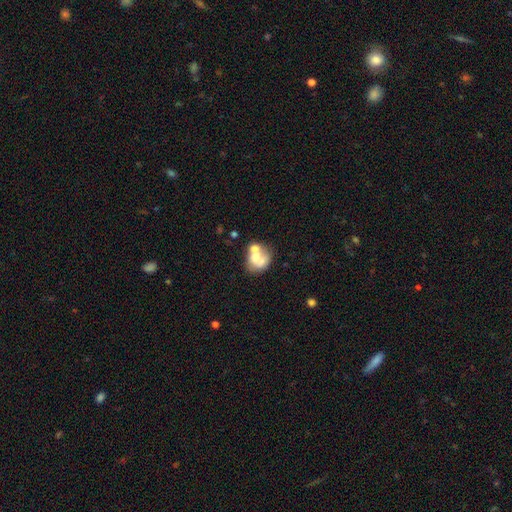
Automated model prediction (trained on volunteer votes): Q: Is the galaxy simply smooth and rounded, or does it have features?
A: smooth — 49%.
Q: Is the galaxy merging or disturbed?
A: merger — 51%.